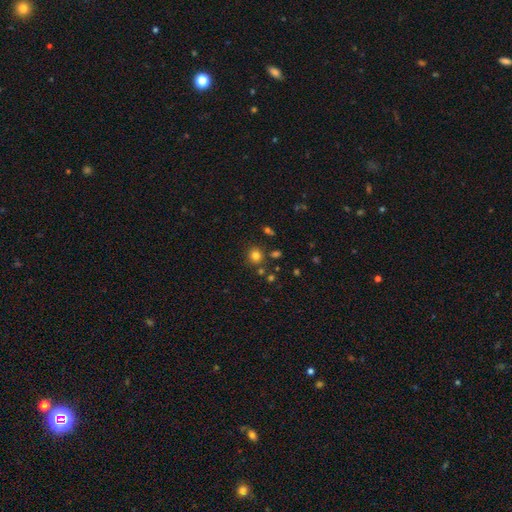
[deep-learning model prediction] Smooth or featured?
  - smooth: 79% *
  - star or artifact: 15%
  - featured or disk: 6%
How rounded?
  - round: 88% *
  - in between: 12%
  - cigar-shaped: 1%
Merging?
  - none: 83% *
  - minor disturbance: 8%
  - merger: 6%
  - major disturbance: 3%